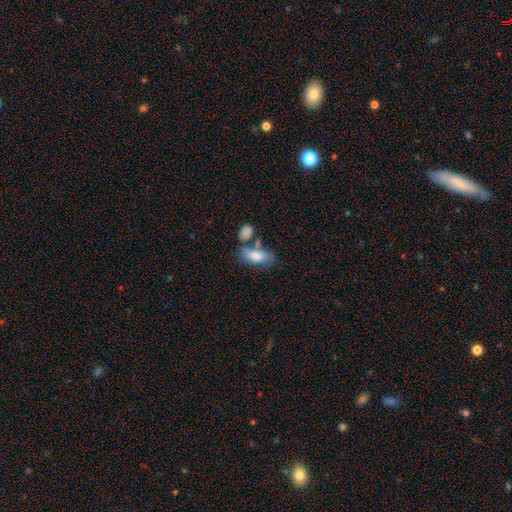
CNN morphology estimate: The model was most divided on "merging": none: 45%, merger: 30%, minor disturbance: 18%, major disturbance: 8%. More confident: how rounded — in between (85%); smooth or featured — smooth (75%).